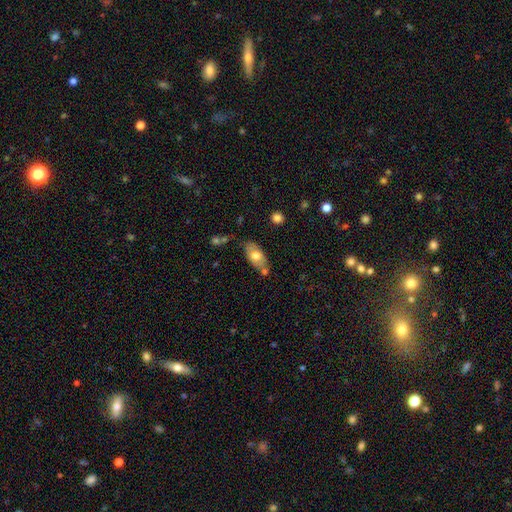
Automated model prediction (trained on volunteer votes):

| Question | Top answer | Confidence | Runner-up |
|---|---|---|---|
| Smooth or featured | smooth | 68% | featured or disk (25%) |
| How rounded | in between | 89% | cigar-shaped (6%) |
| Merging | none | 64% | minor disturbance (19%) |